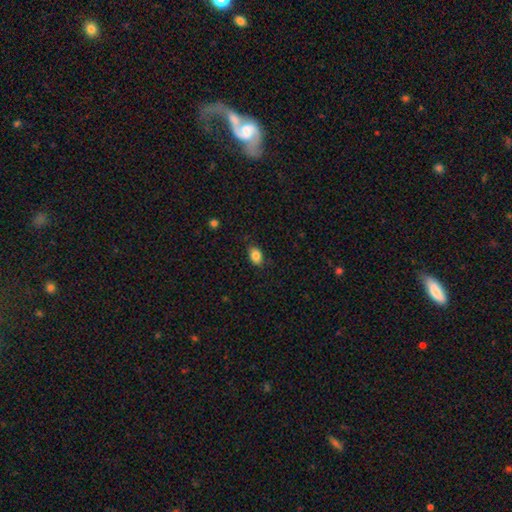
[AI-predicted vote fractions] Smooth or featured: smooth — 84% (star or artifact — 9%)
How rounded: in between — 80% (round — 19%)
Merging: none — 83% (minor disturbance — 14%)